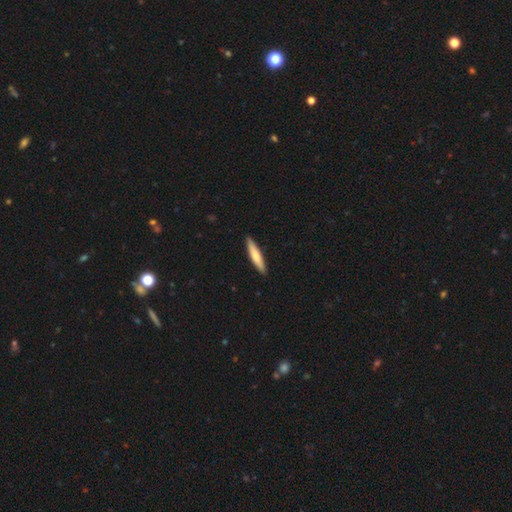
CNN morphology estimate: A smooth galaxy with no disk features (70%) that is cigar-shaped (87%). Merging: none (91%).